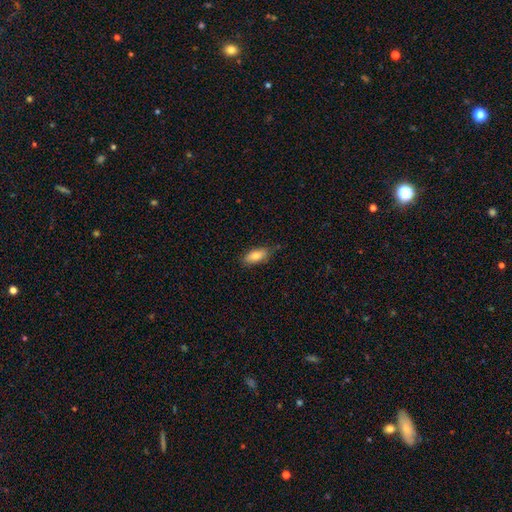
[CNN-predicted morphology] The model was most divided on "merging": none: 75%, minor disturbance: 20%, major disturbance: 3%, merger: 1%. More confident: how rounded — in between (84%); smooth or featured — smooth (81%).